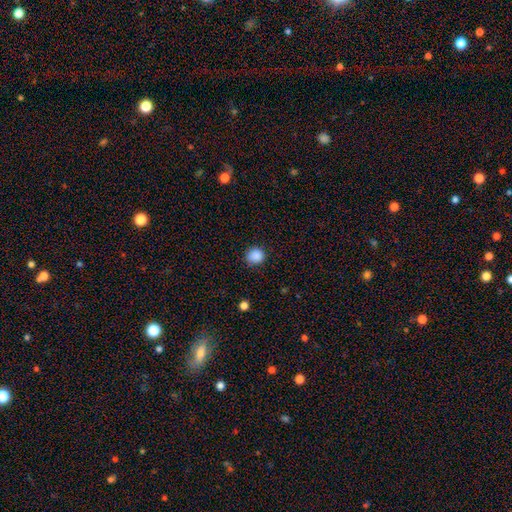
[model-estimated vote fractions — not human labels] The model was most divided on "merging": none: 83%, minor disturbance: 13%, major disturbance: 3%, merger: 1%. More confident: smooth or featured — smooth (88%); how rounded — round (86%).